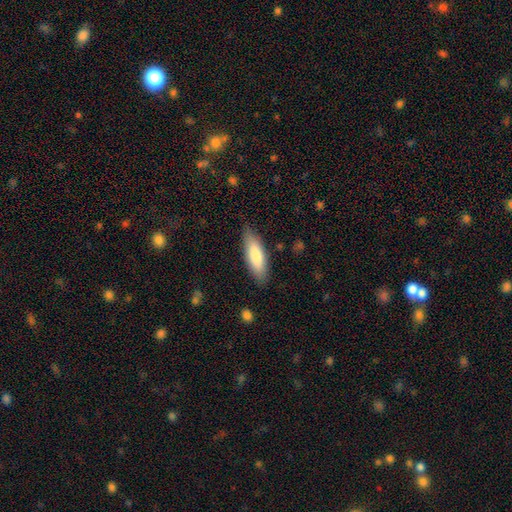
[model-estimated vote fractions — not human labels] smooth-or-featured: smooth: 80% | featured or disk: 15% | star or artifact: 6%
  how-rounded: in between: 55% | cigar-shaped: 43% | round: 1%
  merging: none: 84% | minor disturbance: 12% | major disturbance: 2% | merger: 1%